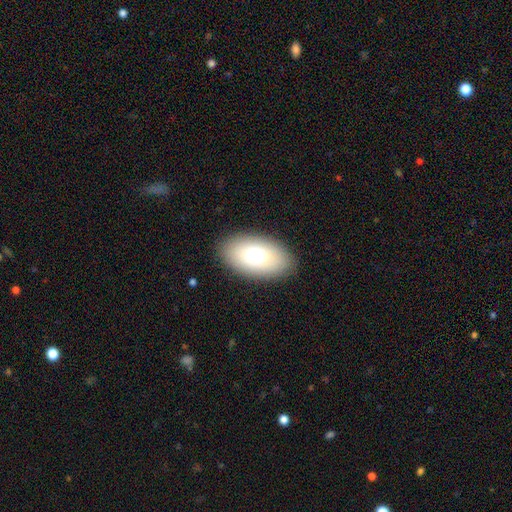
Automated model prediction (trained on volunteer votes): This appears to be a smooth galaxy with no disk features (78%) that is in between round and cigar-shaped (95%). Merging: none (87%).